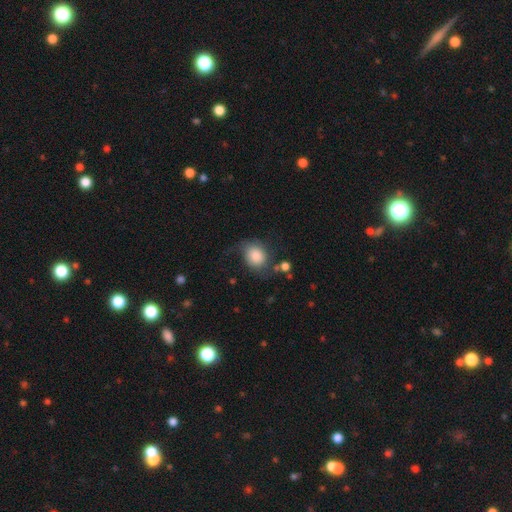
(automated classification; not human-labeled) This is likely a smooth galaxy (71%). How rounded: possibly round (56%). Merging: possibly none (49%).